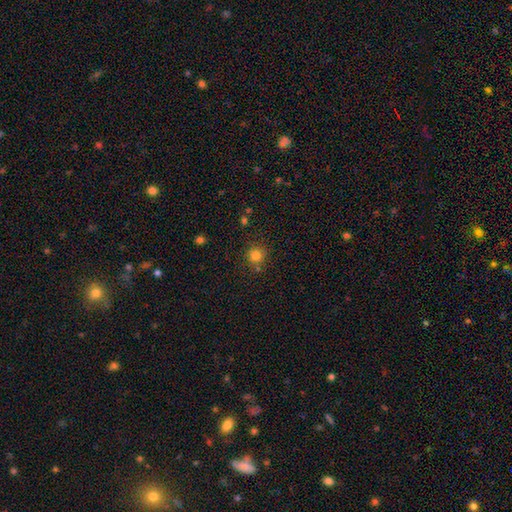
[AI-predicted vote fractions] Smooth or featured? Predicted: smooth (p=0.81). How rounded? Predicted: round (p=0.92). Merging? Predicted: none (p=0.79).